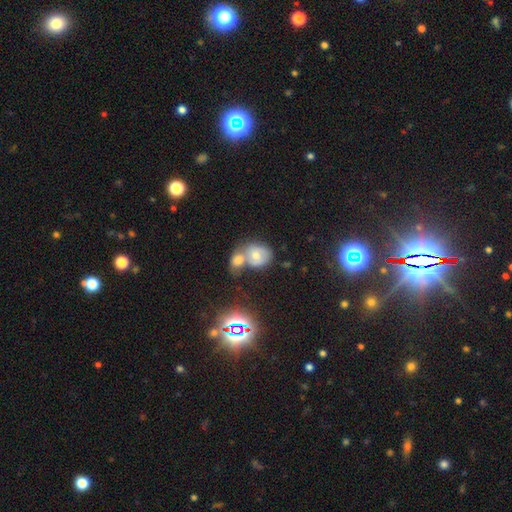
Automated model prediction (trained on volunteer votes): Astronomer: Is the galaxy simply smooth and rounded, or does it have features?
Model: smooth — 55% (runner-up: featured or disk, 31%).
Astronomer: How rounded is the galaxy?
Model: round — 60% (runner-up: in between, 39%).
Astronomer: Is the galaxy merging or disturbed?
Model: merger — 60%.